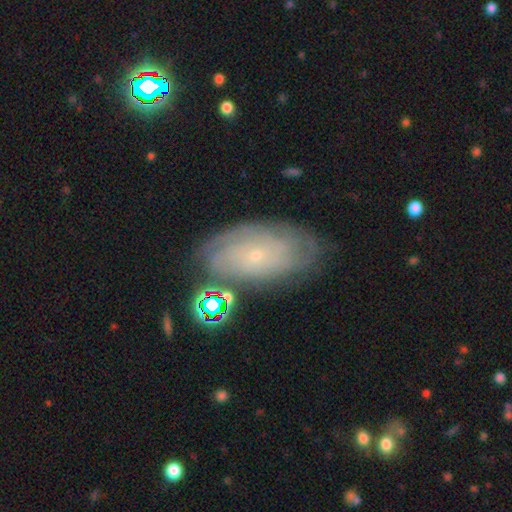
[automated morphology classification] This appears to be a featured or disk galaxy (66%) with no bar (85%), spiral arms (81%) and a small central bulge (88%). Merging: none (73%).